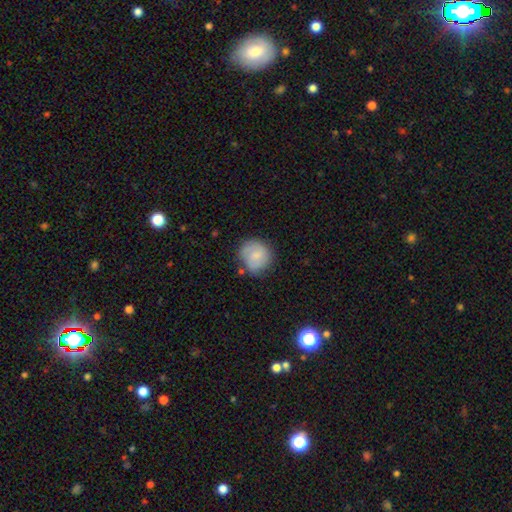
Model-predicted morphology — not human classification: Smooth or featured?
  - smooth: 73% *
  - featured or disk: 20%
  - star or artifact: 7%
How rounded?
  - round: 88% *
  - in between: 12%
  - cigar-shaped: 1%
Merging?
  - none: 64% *
  - minor disturbance: 24%
  - major disturbance: 7%
  - merger: 5%